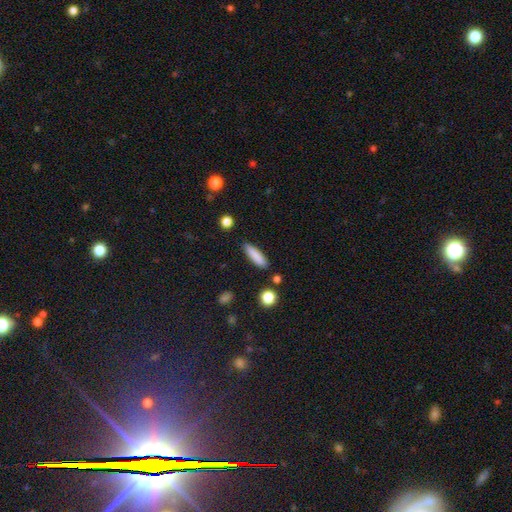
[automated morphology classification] Smooth or featured?
  - smooth: 85% *
  - featured or disk: 8%
  - star or artifact: 7%
How rounded?
  - cigar-shaped: 73% *
  - in between: 25%
  - round: 2%
Merging?
  - none: 87% *
  - minor disturbance: 9%
  - merger: 2%
  - major disturbance: 2%